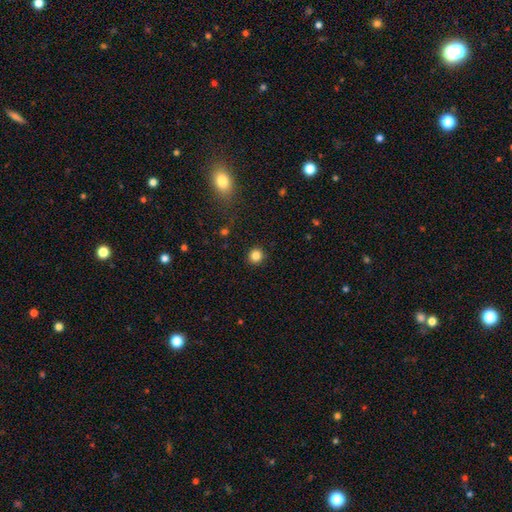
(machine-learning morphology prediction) type=smooth (84%); roundness=round (93%); merging=none (92%).